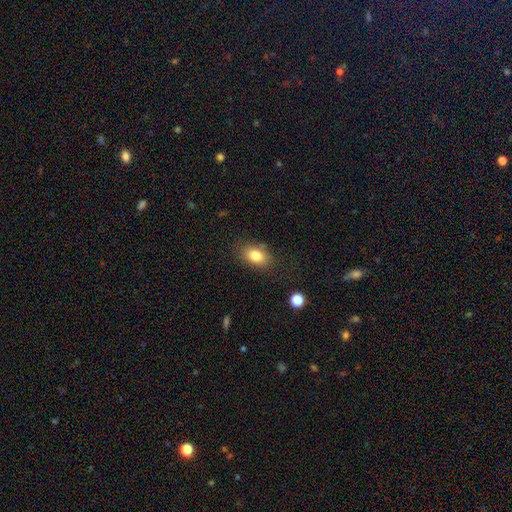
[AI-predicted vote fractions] Smooth or featured? smooth (82%)
How rounded? in between (82%)
Merging? none (80%)